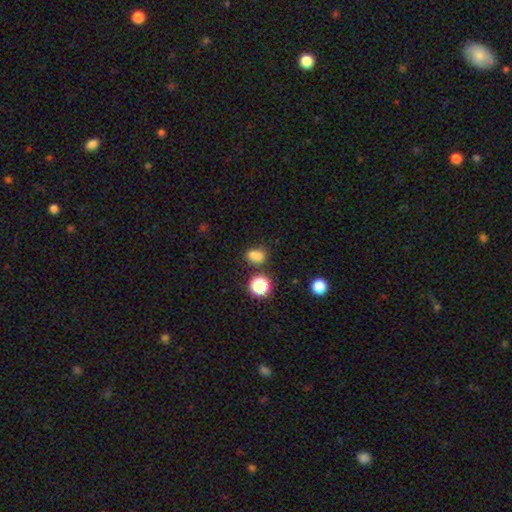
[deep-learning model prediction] This appears to be a smooth galaxy with no disk features (74%) that is in between round and cigar-shaped (51%). Merging: none (50%).